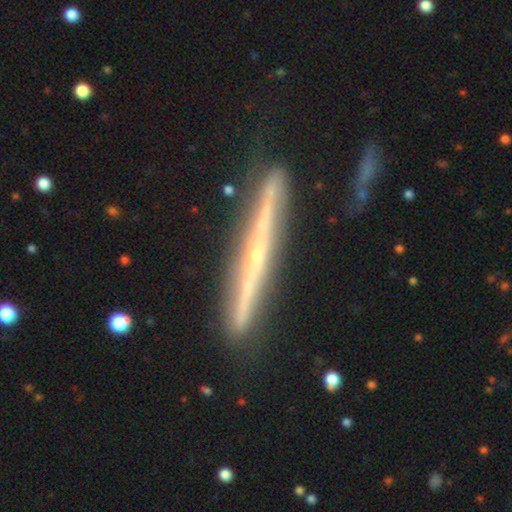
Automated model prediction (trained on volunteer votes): Smooth or featured: featured or disk — 79% (smooth — 15%)
Edge-on disk: yes — 97% (no — 3%)
Edge-on bulge: none — 48% (rounded — 47%)
Merging: none — 85% (minor disturbance — 11%)